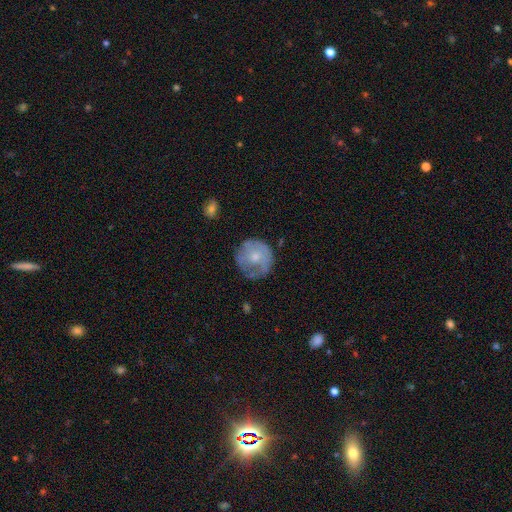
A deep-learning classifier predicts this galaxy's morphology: Q: Smooth or featured?
A: smooth (51%); runner-up: featured or disk (42%)
Q: How rounded?
A: round (90%); runner-up: in between (9%)
Q: Merging?
A: none (65%); runner-up: minor disturbance (23%)